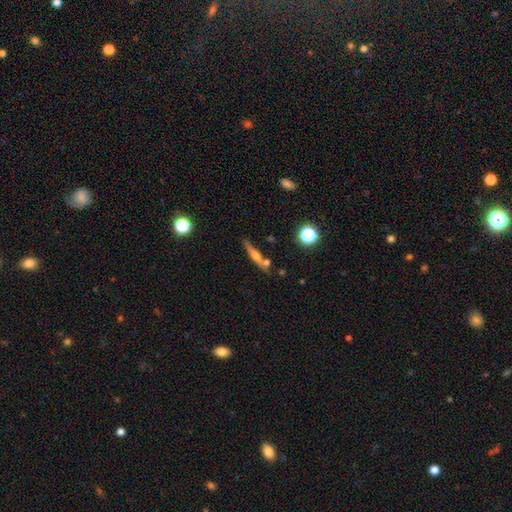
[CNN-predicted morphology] smooth-or-featured: featured or disk: 48% | smooth: 42% | star or artifact: 10%
  merging: none: 67% | merger: 14% | minor disturbance: 14% | major disturbance: 5%